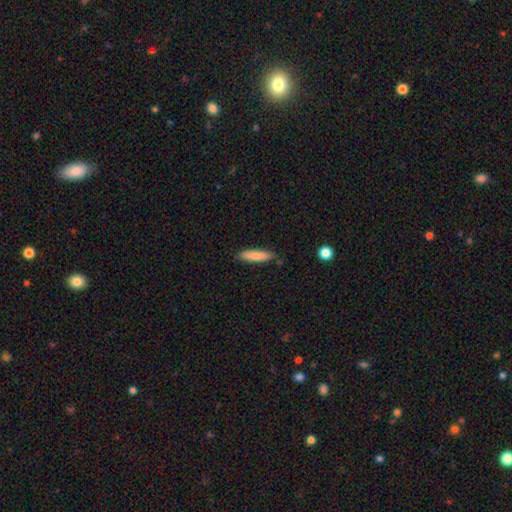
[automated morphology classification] Smooth or featured: smooth — 83% (featured or disk — 11%)
How rounded: cigar-shaped — 82% (in between — 17%)
Merging: none — 83% (minor disturbance — 13%)